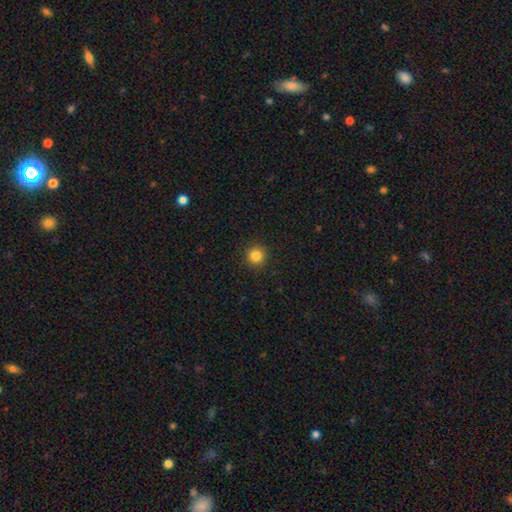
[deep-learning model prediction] The model was most divided on "smooth or featured": smooth: 84%, star or artifact: 12%, featured or disk: 4%. More confident: how rounded — round (95%); merging — none (92%).